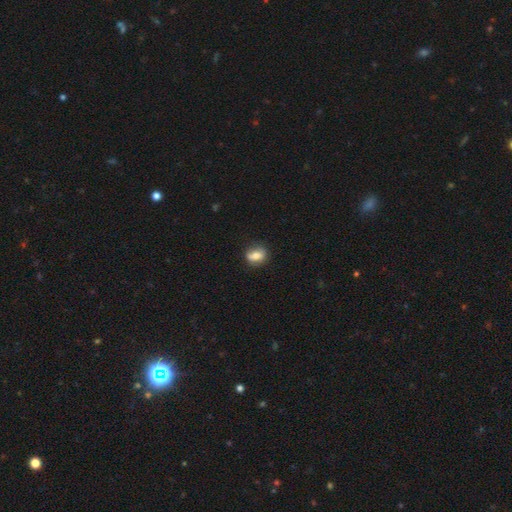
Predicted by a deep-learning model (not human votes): Q: Smooth or featured?
A: smooth (67%); runner-up: featured or disk (24%)
Q: How rounded?
A: in between (51%); runner-up: round (46%)
Q: Merging?
A: none (77%); runner-up: minor disturbance (16%)